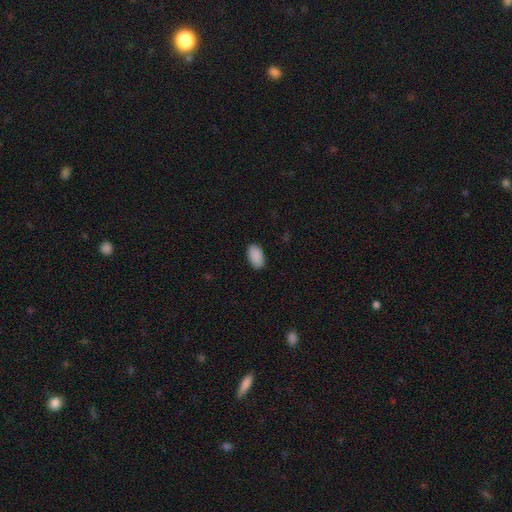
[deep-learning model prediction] Overall: smooth (90%). How rounded: in between (94%). Merging: none (87%).